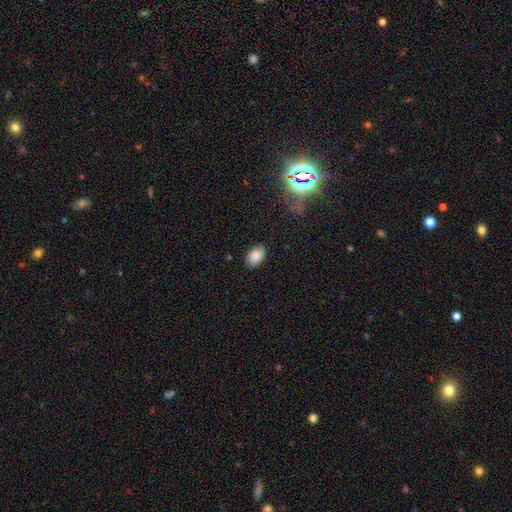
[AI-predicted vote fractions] A smooth galaxy with no disk features (81%) that is in between round and cigar-shaped (89%).

Vote fractions:
- Smooth or featured? smooth: 81% / featured or disk: 11% / star or artifact: 8%
- How rounded? in between: 89% / round: 9% / cigar-shaped: 1%
- Merging? none: 81% / minor disturbance: 15% / major disturbance: 3% / merger: 1%